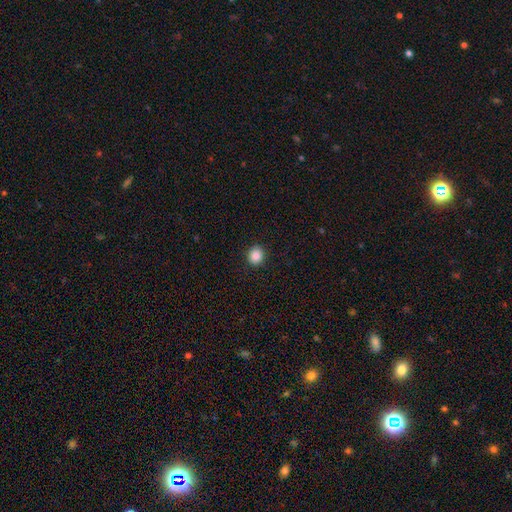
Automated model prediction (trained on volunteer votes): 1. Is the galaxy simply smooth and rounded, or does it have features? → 87% smooth, 9% star or artifact, 4% featured or disk.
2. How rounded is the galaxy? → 79% round, 20% in between, 1% cigar-shaped.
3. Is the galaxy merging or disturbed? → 91% none, 6% minor disturbance, 2% major disturbance, 1% merger.